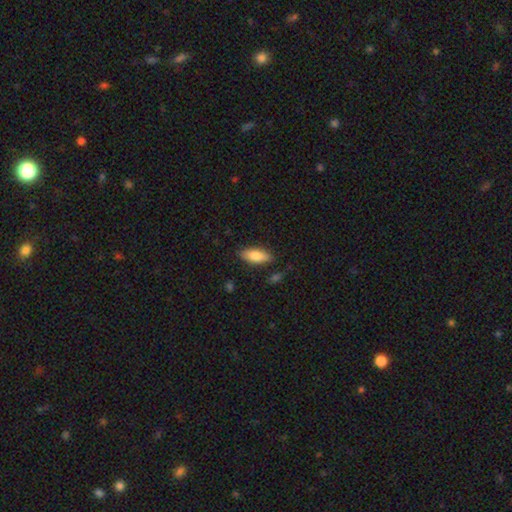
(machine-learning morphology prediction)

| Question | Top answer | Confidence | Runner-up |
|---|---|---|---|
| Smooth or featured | smooth | 83% | featured or disk (11%) |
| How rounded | in between | 77% | cigar-shaped (21%) |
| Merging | none | 83% | minor disturbance (12%) |